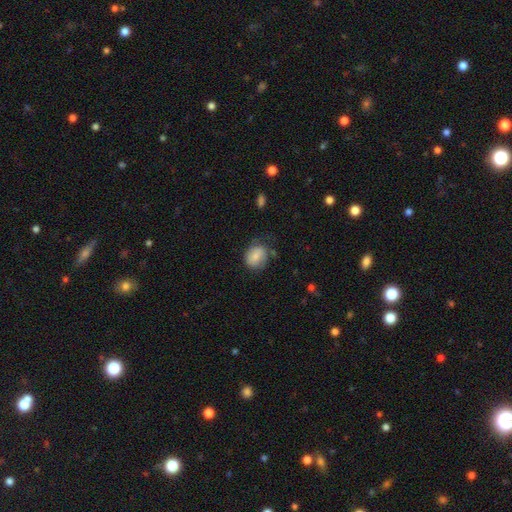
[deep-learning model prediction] This appears to be a smooth galaxy with no disk features (77%) that is round (56%). Merging: none (58%).